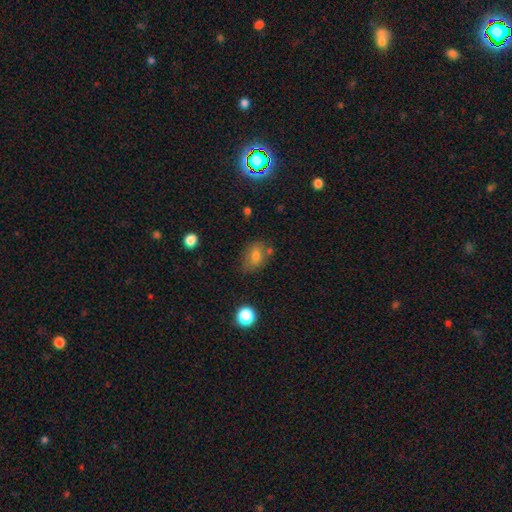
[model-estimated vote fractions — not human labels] Smooth or featured? smooth (72%)
How rounded? in between (74%)
Merging? none (62%)